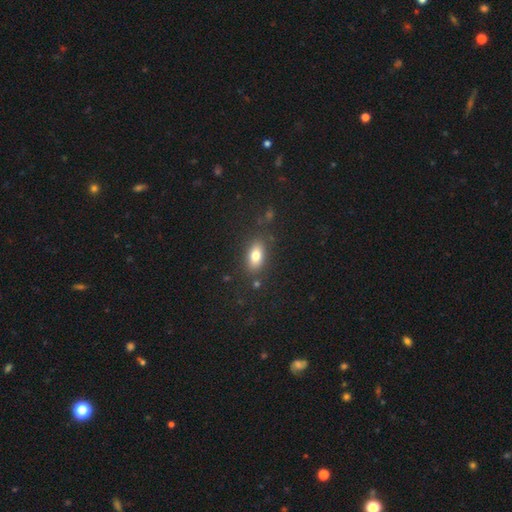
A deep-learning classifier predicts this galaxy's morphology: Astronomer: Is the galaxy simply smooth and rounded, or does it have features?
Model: smooth — 79%.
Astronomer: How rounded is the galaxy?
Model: in between — 86%.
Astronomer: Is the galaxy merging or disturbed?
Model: none — 82%.